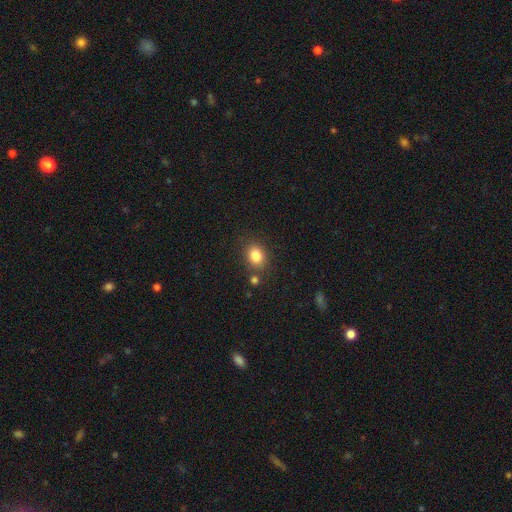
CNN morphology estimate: Smooth or featured?
  - smooth: 83% *
  - star or artifact: 10%
  - featured or disk: 6%
How rounded?
  - in between: 51% *
  - round: 48%
  - cigar-shaped: 1%
Merging?
  - none: 75% *
  - minor disturbance: 12%
  - merger: 9%
  - major disturbance: 4%